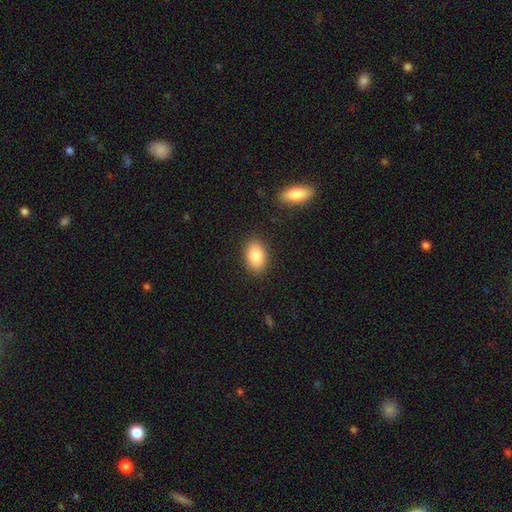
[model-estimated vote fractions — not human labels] smooth-or-featured: smooth: 84% | featured or disk: 8% | star or artifact: 8%
  how-rounded: in between: 86% | round: 12% | cigar-shaped: 1%
  merging: none: 87% | minor disturbance: 9% | major disturbance: 2% | merger: 1%